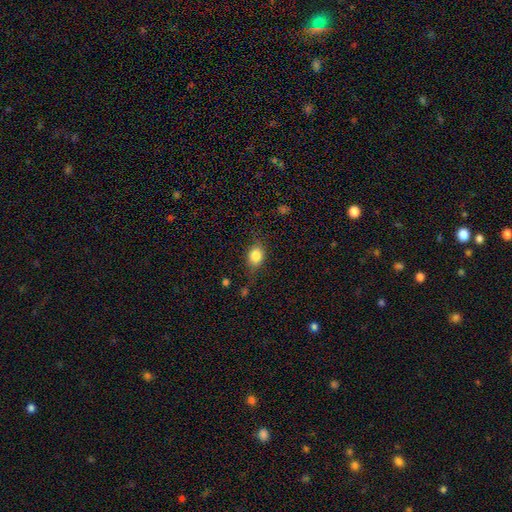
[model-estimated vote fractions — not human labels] This is clearly a smooth galaxy (81%). How rounded: possibly in between (53%). Merging: likely none (69%).